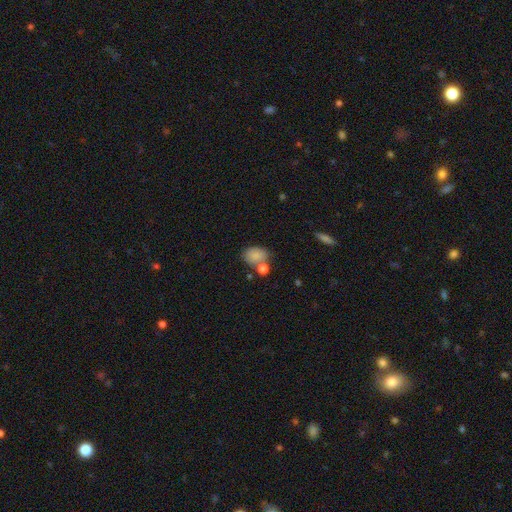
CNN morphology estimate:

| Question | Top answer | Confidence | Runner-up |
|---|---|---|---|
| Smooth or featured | smooth | 83% | star or artifact (9%) |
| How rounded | in between | 75% | round (24%) |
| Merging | none | 56% | merger (22%) |